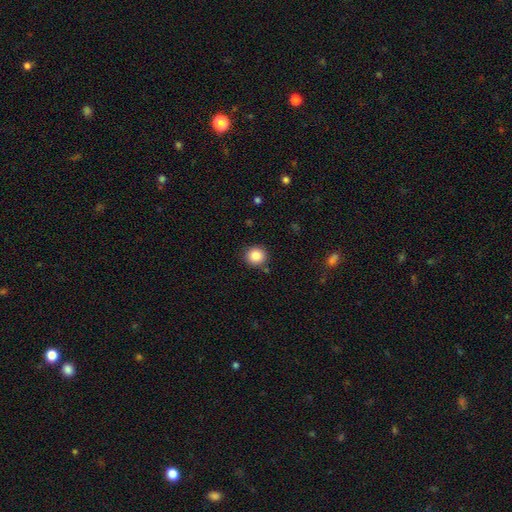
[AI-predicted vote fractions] This is clearly a smooth galaxy (87%). How rounded: clearly round (90%). Merging: clearly none (86%).